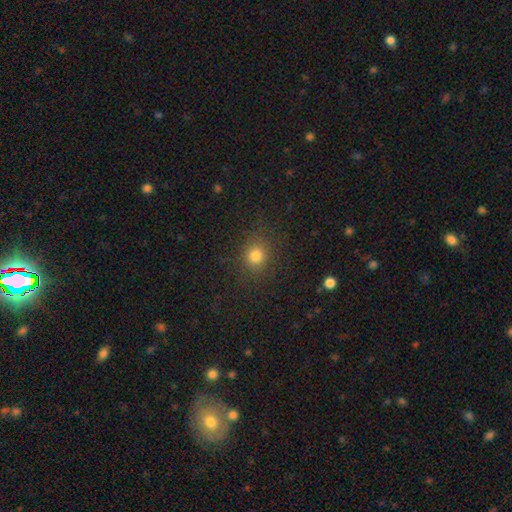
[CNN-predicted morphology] Smooth or featured?
  - smooth: 79% *
  - star or artifact: 15%
  - featured or disk: 6%
How rounded?
  - round: 81% *
  - in between: 18%
  - cigar-shaped: 1%
Merging?
  - none: 87% *
  - minor disturbance: 8%
  - major disturbance: 3%
  - merger: 1%